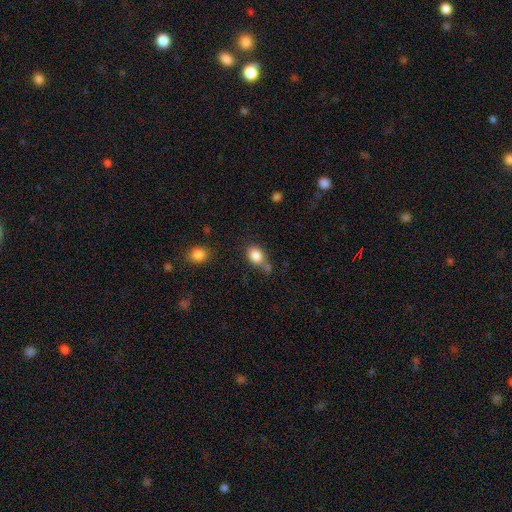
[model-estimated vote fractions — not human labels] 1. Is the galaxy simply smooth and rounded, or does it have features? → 84% smooth, 9% star or artifact, 7% featured or disk.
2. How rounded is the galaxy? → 59% in between, 39% round, 1% cigar-shaped.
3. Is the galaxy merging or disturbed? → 51% none, 22% minor disturbance, 19% merger, 8% major disturbance.